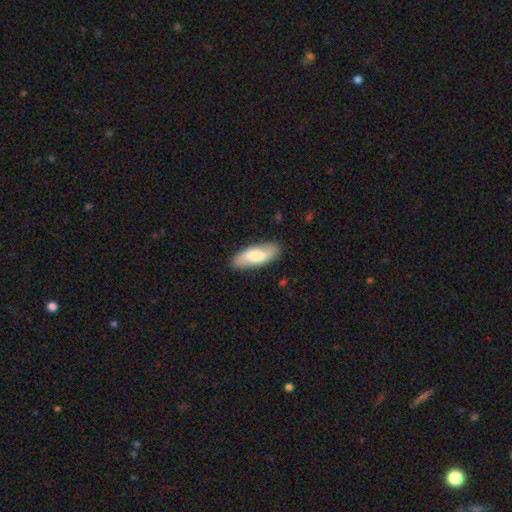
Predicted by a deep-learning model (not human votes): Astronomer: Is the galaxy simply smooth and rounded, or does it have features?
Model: smooth — 62%.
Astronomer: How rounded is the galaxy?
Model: in between — 73%.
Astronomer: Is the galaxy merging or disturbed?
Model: none — 85%.